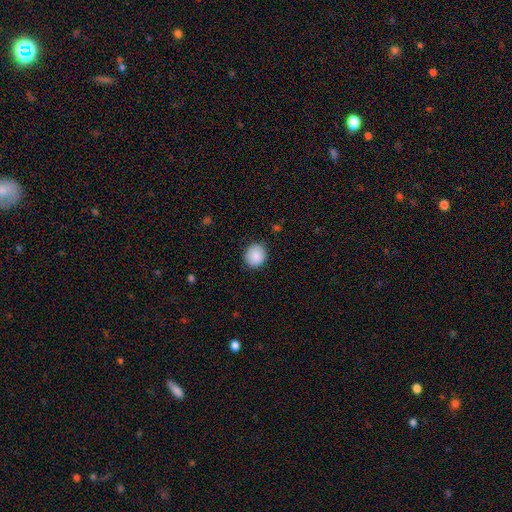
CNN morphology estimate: smooth-or-featured: smooth: 89% | star or artifact: 7% | featured or disk: 4%
  how-rounded: round: 84% | in between: 15% | cigar-shaped: 1%
  merging: none: 88% | minor disturbance: 9% | major disturbance: 2% | merger: 1%